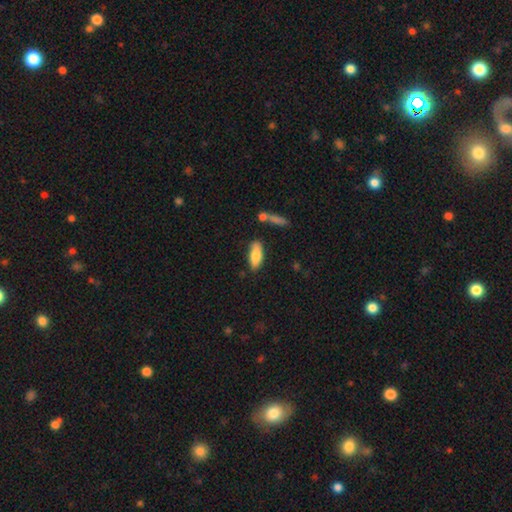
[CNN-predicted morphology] A smooth galaxy with no disk features (82%) that is in between round and cigar-shaped (72%).

Vote fractions:
- Smooth or featured? smooth: 82% / featured or disk: 11% / star or artifact: 6%
- How rounded? in between: 72% / cigar-shaped: 26% / round: 2%
- Merging? none: 76% / minor disturbance: 16% / merger: 5% / major disturbance: 3%